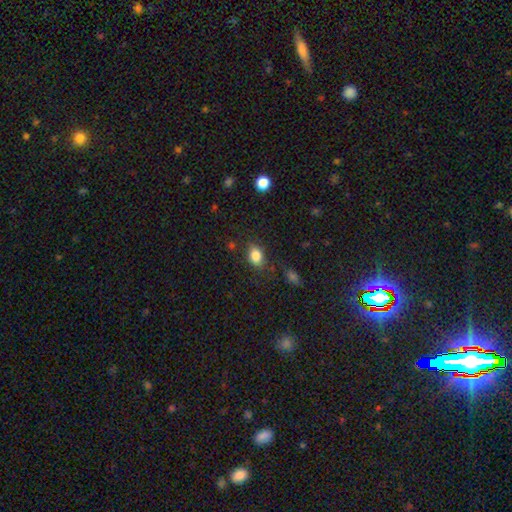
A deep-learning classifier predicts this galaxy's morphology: This appears to be a smooth galaxy with no disk features (84%) that is in between round and cigar-shaped (72%). Merging: none (79%).